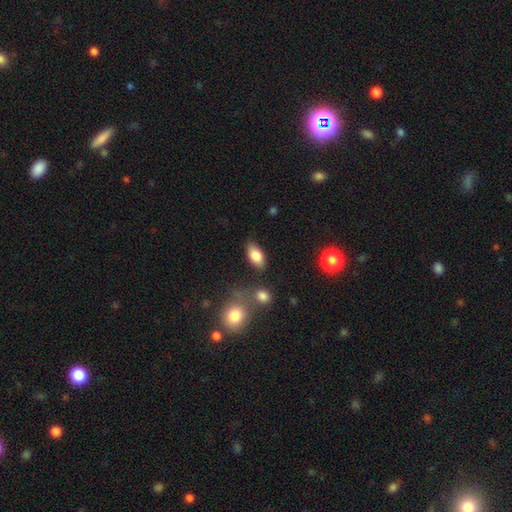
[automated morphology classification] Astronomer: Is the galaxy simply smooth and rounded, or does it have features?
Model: smooth — 83%.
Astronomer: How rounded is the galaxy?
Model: in between — 91%.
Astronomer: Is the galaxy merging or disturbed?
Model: none — 77%.